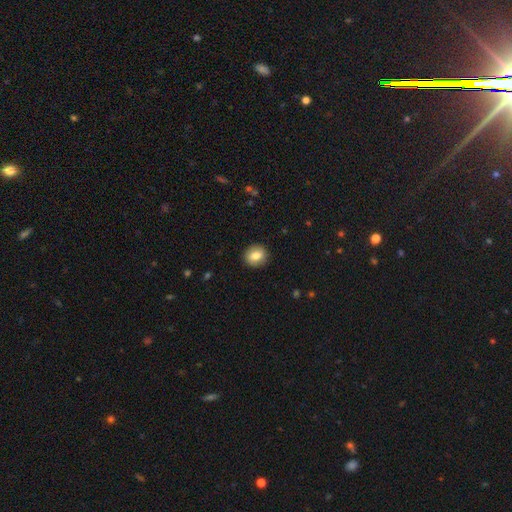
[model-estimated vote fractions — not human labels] Smooth or featured? smooth (78%)
How rounded? round (71%)
Merging? none (90%)